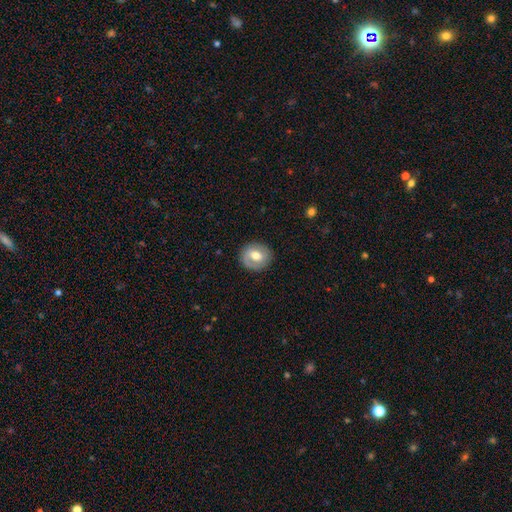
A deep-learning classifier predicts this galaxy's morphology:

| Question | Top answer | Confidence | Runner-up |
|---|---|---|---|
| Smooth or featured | smooth | 50% | featured or disk (44%) |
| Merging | none | 85% | minor disturbance (11%) |